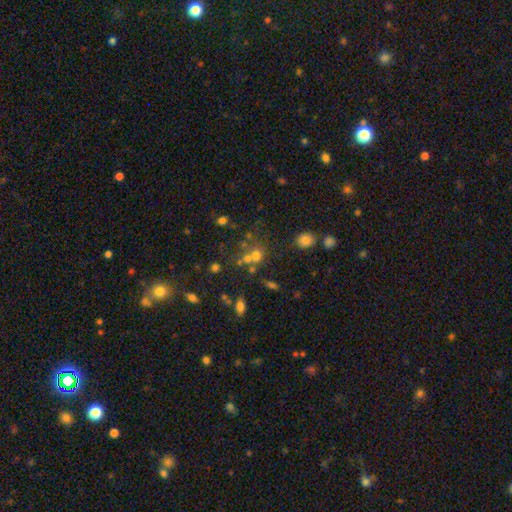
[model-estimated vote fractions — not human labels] smooth_or_featured: smooth (p=0.61) [alt: star or artifact p=0.22]
how_rounded: round (p=0.79) [alt: in between p=0.20]
merging: none (p=0.43) [alt: merger p=0.41]